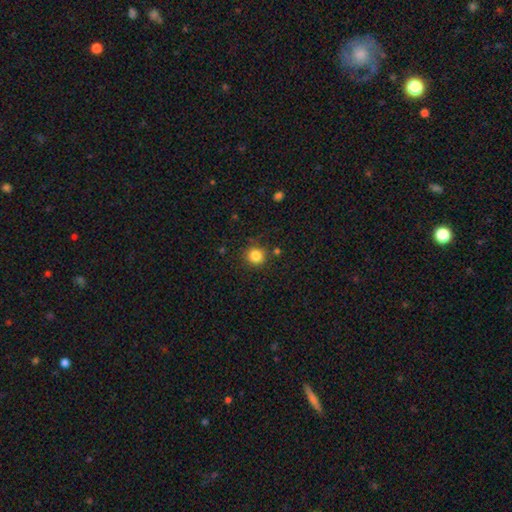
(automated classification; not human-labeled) Morphology: type=smooth (83%); roundness=round (92%); merging=none (86%).